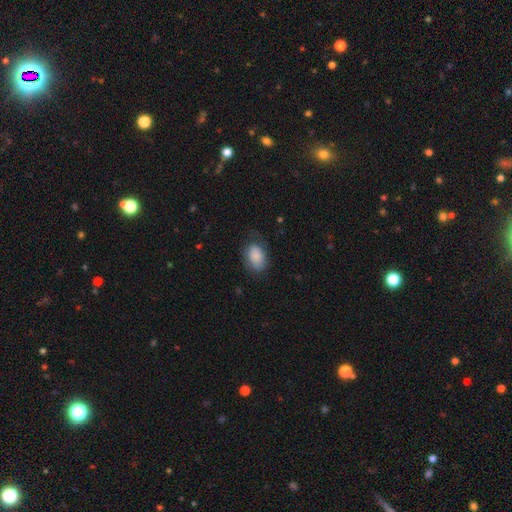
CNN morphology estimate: smooth-or-featured: smooth: 86% | featured or disk: 8% | star or artifact: 7%
  how-rounded: in between: 83% | round: 15% | cigar-shaped: 1%
  merging: none: 67% | minor disturbance: 23% | major disturbance: 9% | merger: 1%